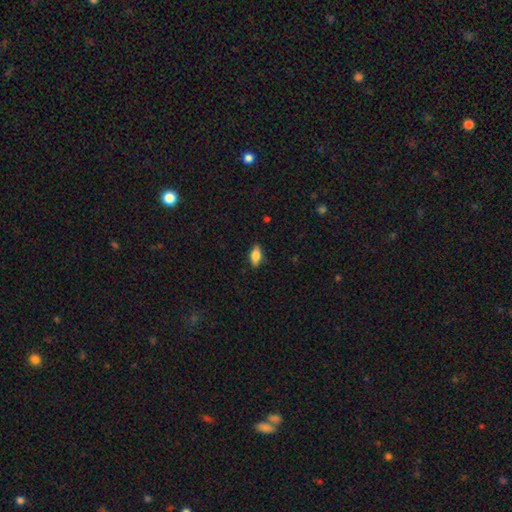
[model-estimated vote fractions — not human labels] Smooth or featured?
  - smooth: 78% *
  - featured or disk: 14%
  - star or artifact: 8%
How rounded?
  - in between: 86% *
  - cigar-shaped: 9%
  - round: 4%
Merging?
  - none: 83% *
  - minor disturbance: 13%
  - major disturbance: 3%
  - merger: 1%